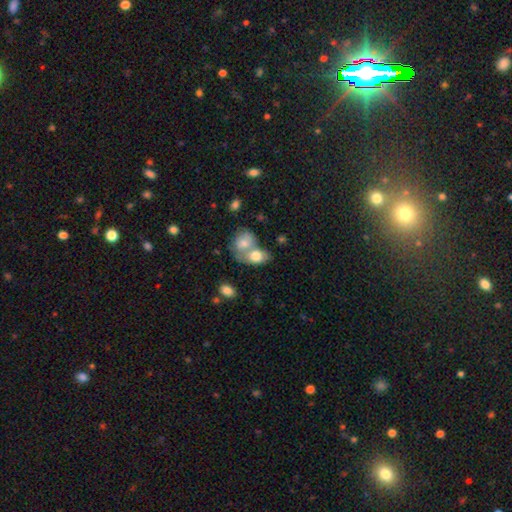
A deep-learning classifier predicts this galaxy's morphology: A smooth galaxy with no disk features (75%) that is in between round and cigar-shaped (75%).

Vote fractions:
- Smooth or featured? smooth: 75% / featured or disk: 18% / star or artifact: 7%
- How rounded? in between: 75% / round: 23% / cigar-shaped: 2%
- Merging? merger: 65% / none: 21% / minor disturbance: 9% / major disturbance: 5%